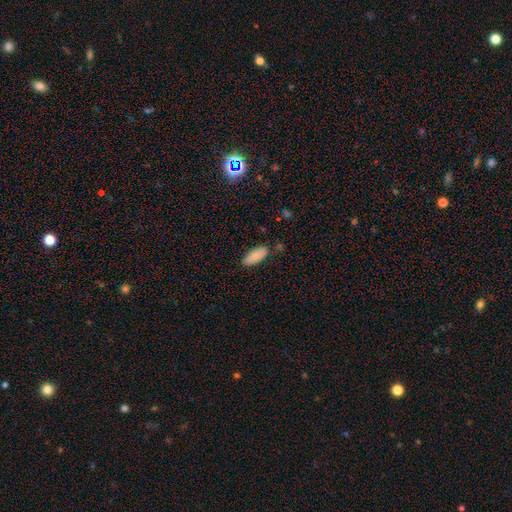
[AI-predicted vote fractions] The model was most divided on "smooth or featured": smooth: 76%, featured or disk: 17%, star or artifact: 7%. More confident: how rounded — in between (87%); merging — none (78%).